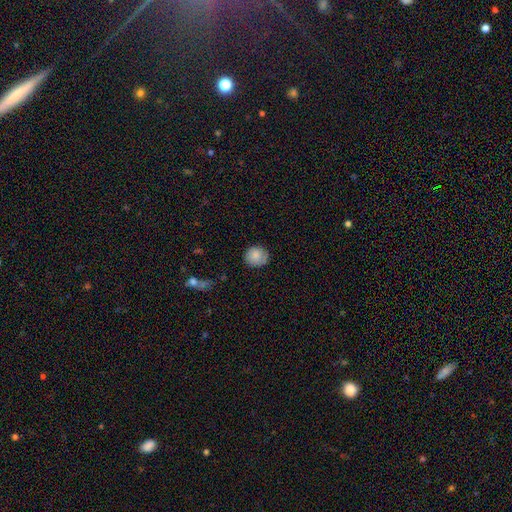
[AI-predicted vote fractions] Smooth or featured? smooth (83%)
How rounded? round (86%)
Merging? none (78%)